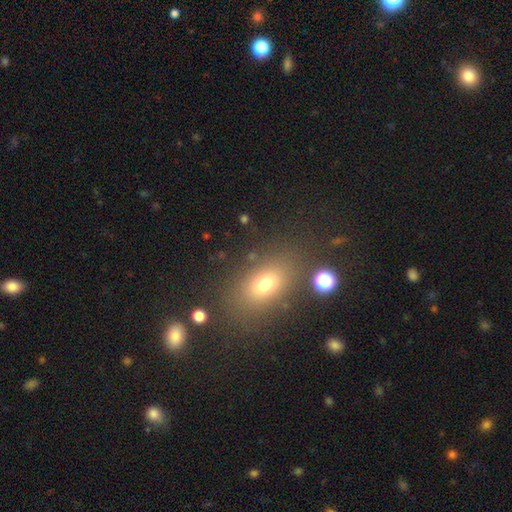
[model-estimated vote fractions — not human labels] Smooth or featured? Predicted: smooth (p=0.63). How rounded? Predicted: in between (p=0.74). Merging? Predicted: none (p=0.81).